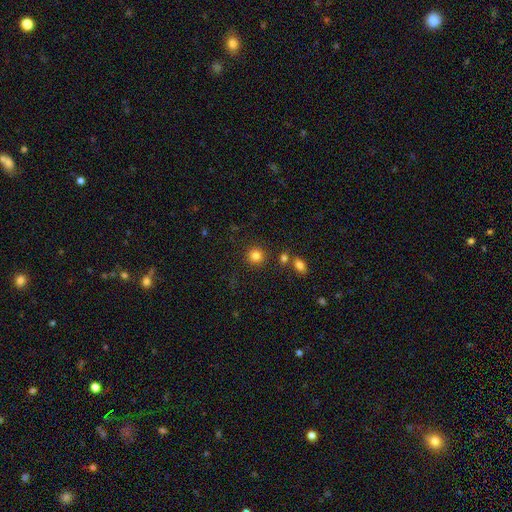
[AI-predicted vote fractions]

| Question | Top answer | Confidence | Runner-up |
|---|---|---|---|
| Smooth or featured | smooth | 83% | star or artifact (12%) |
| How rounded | round | 91% | in between (8%) |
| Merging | none | 85% | minor disturbance (7%) |